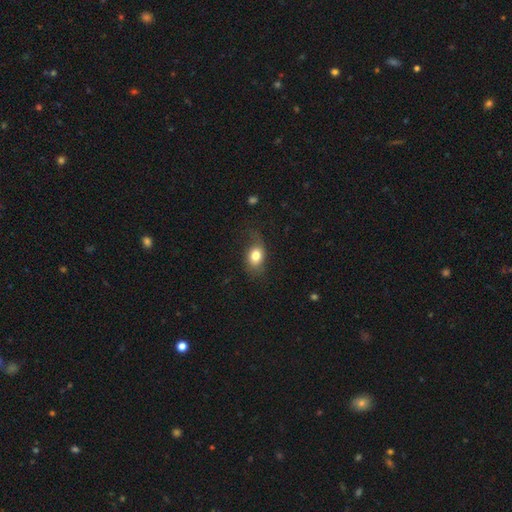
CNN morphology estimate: Smooth or featured: smooth — 76% (featured or disk — 15%)
How rounded: in between — 71% (round — 27%)
Merging: none — 59% (minor disturbance — 26%)